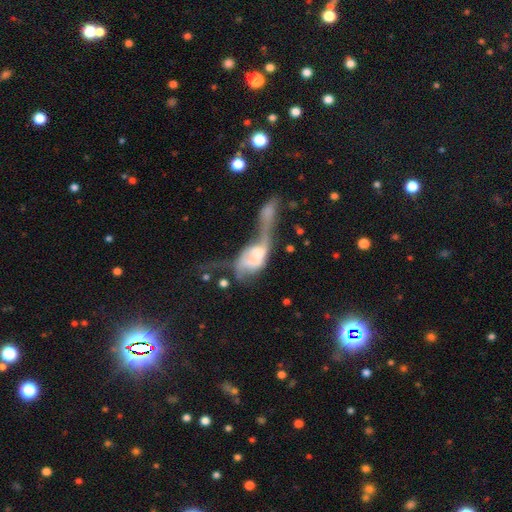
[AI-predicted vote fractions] This appears to be a featured or disk galaxy (51%). Merging: merger (61%).